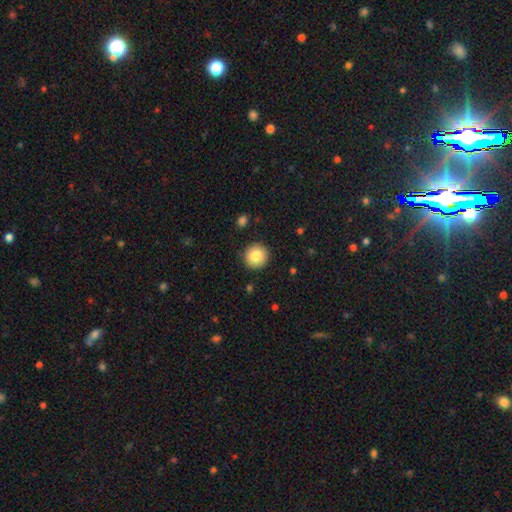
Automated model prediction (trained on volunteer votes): Smooth or featured?
  - smooth: 83% *
  - star or artifact: 9%
  - featured or disk: 8%
How rounded?
  - round: 94% *
  - in between: 5%
  - cigar-shaped: 1%
Merging?
  - none: 91% *
  - minor disturbance: 6%
  - major disturbance: 2%
  - merger: 1%